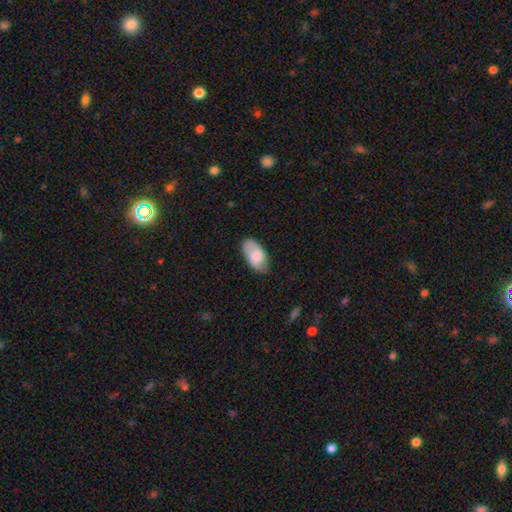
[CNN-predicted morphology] smooth 71%, featured or disk 22%, star or artifact 6%. Down the decision tree: how rounded — in between (95%); merging — none (76%).